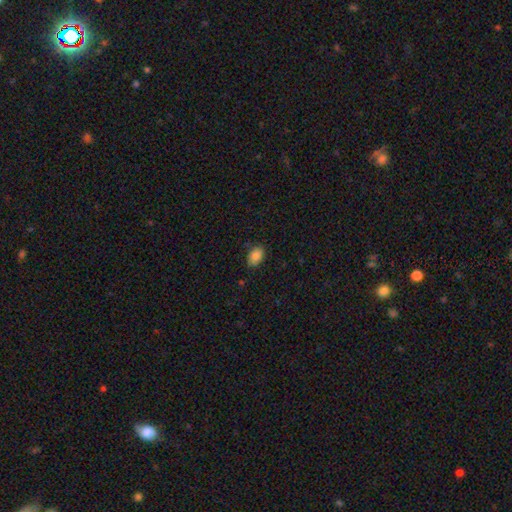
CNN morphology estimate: This is clearly a smooth galaxy (86%). How rounded: clearly in between (87%). Merging: clearly none (81%).